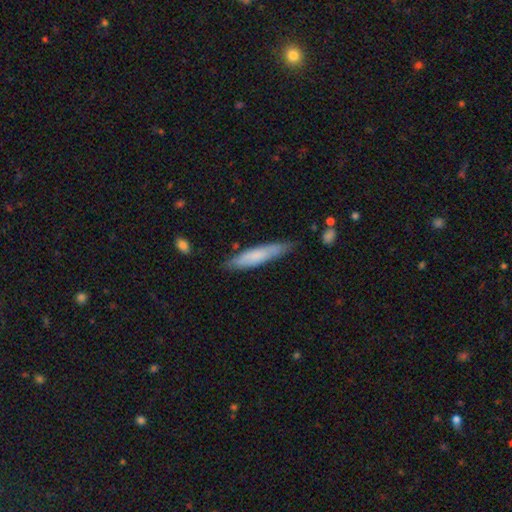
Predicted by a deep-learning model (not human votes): Smooth or featured?
  - smooth: 68% *
  - featured or disk: 26%
  - star or artifact: 6%
How rounded?
  - cigar-shaped: 85% *
  - in between: 14%
  - round: 1%
Merging?
  - none: 76% *
  - minor disturbance: 19%
  - major disturbance: 3%
  - merger: 2%